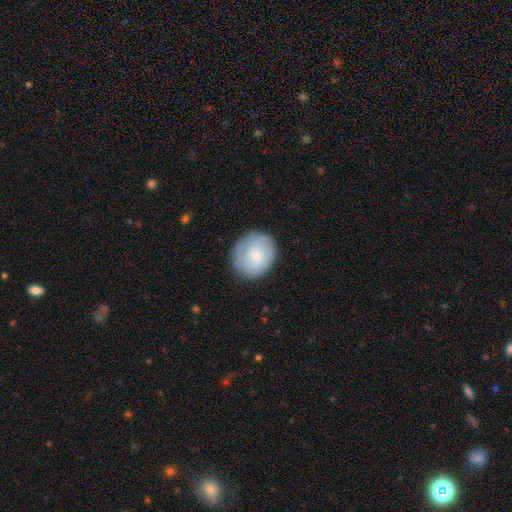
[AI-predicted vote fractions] The model was most divided on "how rounded": round: 75%, in between: 24%, cigar-shaped: 1%. More confident: merging — none (79%); smooth or featured — smooth (73%).